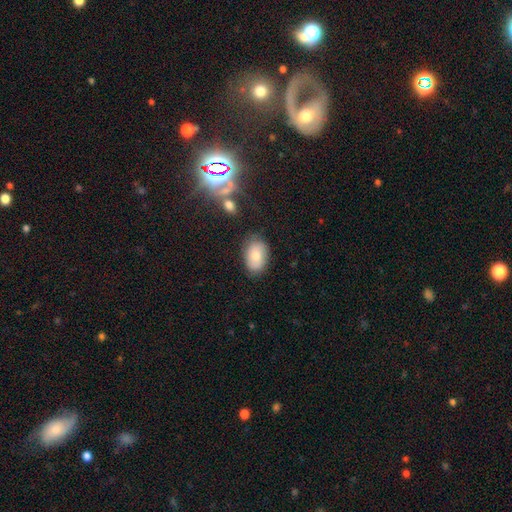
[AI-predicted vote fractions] The model was most divided on "smooth or featured": smooth: 74%, featured or disk: 17%, star or artifact: 8%. More confident: how rounded — in between (87%); merging — none (78%).